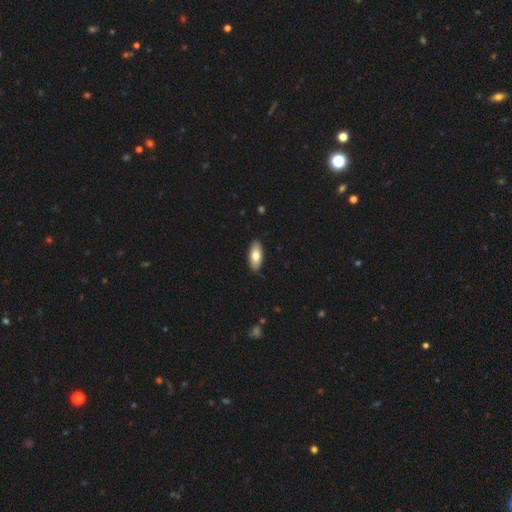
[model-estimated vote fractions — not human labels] This is likely a smooth galaxy (77%). How rounded: clearly in between (87%). Merging: clearly none (89%).